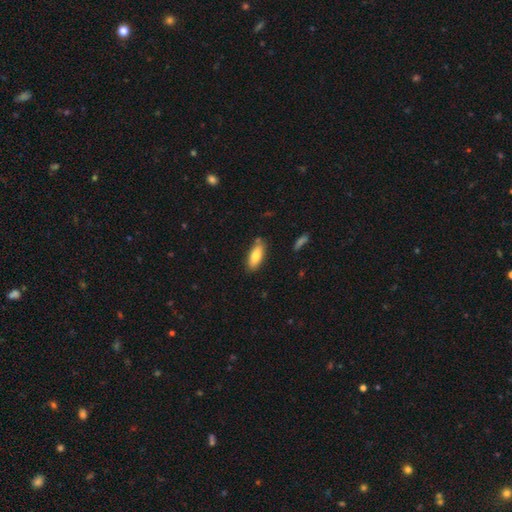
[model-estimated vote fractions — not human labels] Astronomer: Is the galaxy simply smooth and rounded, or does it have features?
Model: smooth — 79%.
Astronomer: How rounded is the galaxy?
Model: in between — 71%.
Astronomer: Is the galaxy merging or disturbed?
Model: none — 81%.